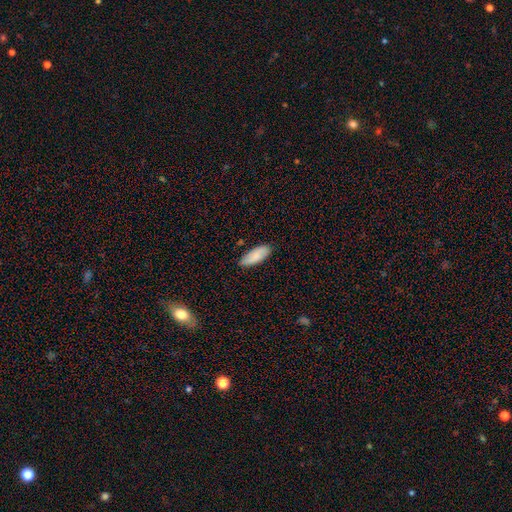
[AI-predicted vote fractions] Smooth or featured? smooth (83%)
How rounded? in between (79%)
Merging? none (83%)